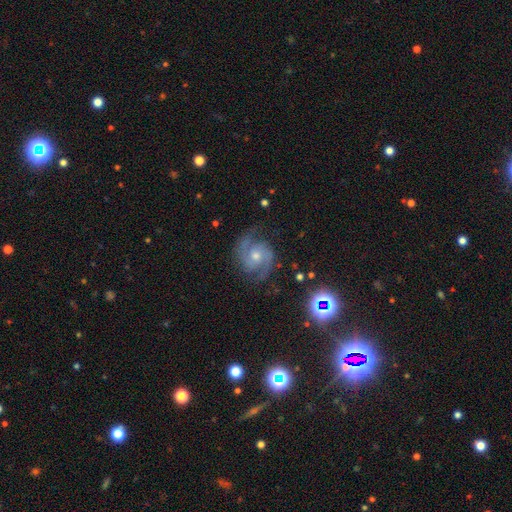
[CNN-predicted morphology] type=featured or disk (88%); edge-on=no (98%); bar=no (65%); spiral arms=yes (98%); winding=medium (55%); arm count=2 (87%); bulge=moderate (54%); merging=none (80%).